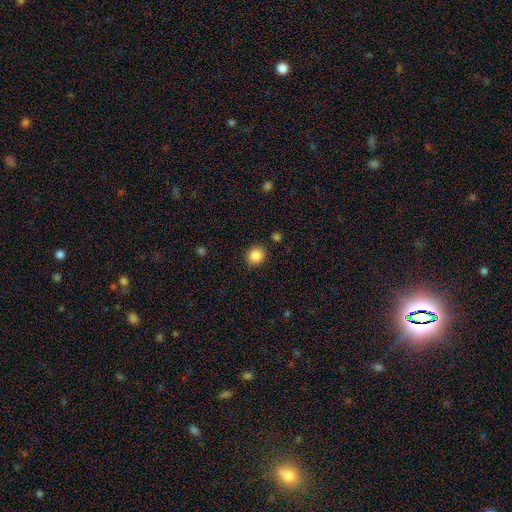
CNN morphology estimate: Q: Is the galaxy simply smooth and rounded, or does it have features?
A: smooth — 87%.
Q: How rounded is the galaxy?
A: round — 86%.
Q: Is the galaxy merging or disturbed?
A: none — 87%.